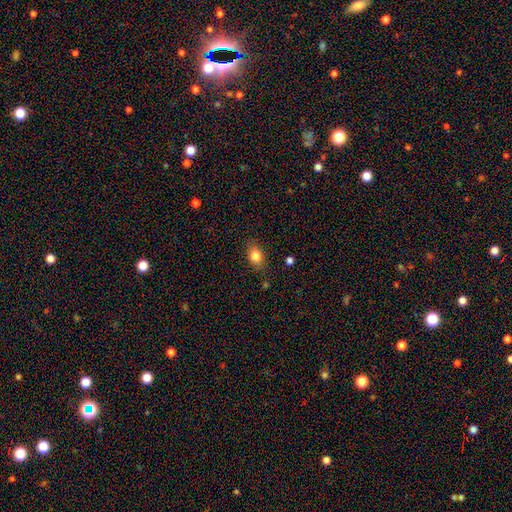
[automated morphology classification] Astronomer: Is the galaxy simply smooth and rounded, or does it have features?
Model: smooth — 83%.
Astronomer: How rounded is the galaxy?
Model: in between — 72%.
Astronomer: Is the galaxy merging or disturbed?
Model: none — 83%.